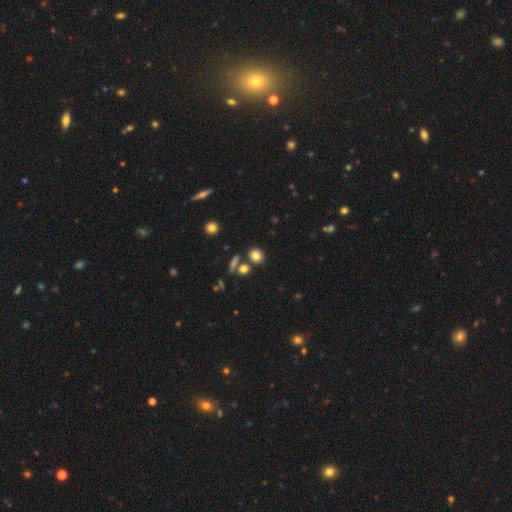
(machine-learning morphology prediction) Overall: smooth (80%). How rounded: round (66%; in between 32%). Merging: none (74%).